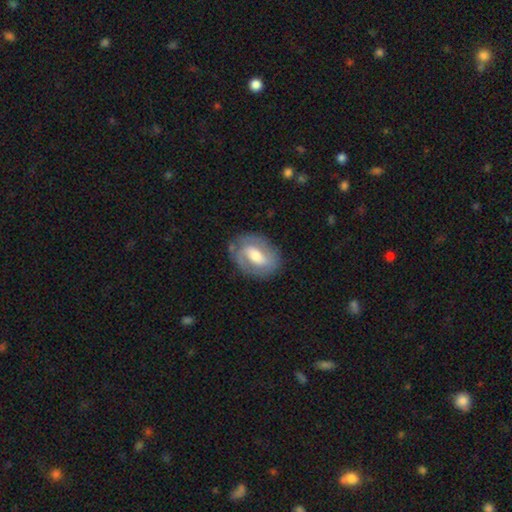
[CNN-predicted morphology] This appears to be a featured or disk galaxy (65%) with a weak bar (42%), spiral arms (71%) and a moderate central bulge (56%). Merging: none (75%).